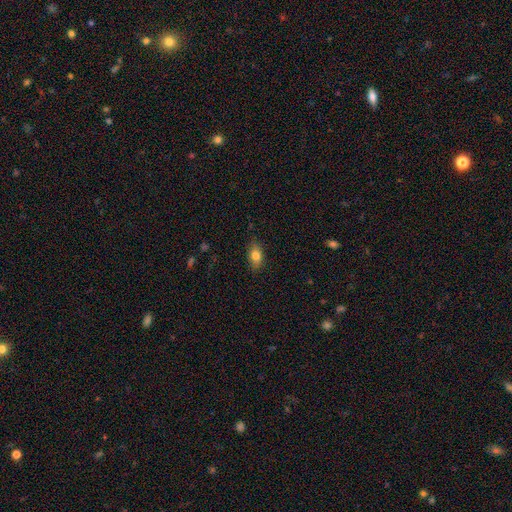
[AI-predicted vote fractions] Smooth or featured: smooth — 80% (featured or disk — 11%)
How rounded: in between — 83% (round — 11%)
Merging: none — 83% (minor disturbance — 14%)